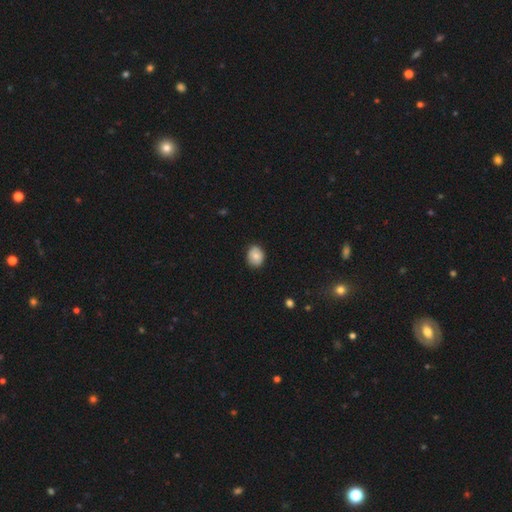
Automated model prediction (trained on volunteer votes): Morphology: type=smooth (80%); roundness=round (56%); merging=none (82%).